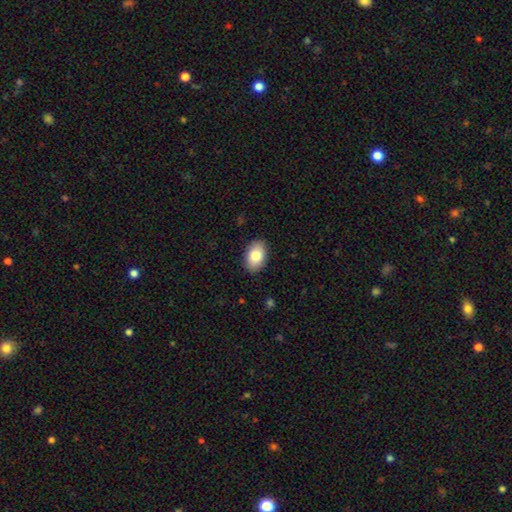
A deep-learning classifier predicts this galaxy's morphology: A smooth galaxy with no disk features (83%) that is in between round and cigar-shaped (89%).

Vote fractions:
- Smooth or featured? smooth: 83% / featured or disk: 11% / star or artifact: 7%
- How rounded? in between: 89% / round: 9% / cigar-shaped: 1%
- Merging? none: 88% / minor disturbance: 9% / major disturbance: 2% / merger: 1%